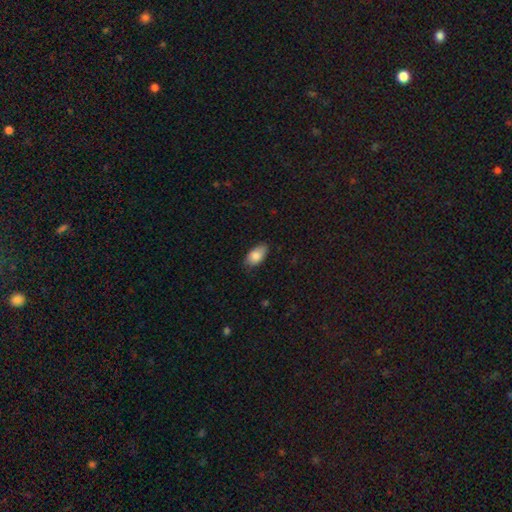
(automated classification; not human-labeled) smooth 85%, featured or disk 8%, star or artifact 7%. Down the decision tree: how rounded — in between (93%); merging — none (78%).